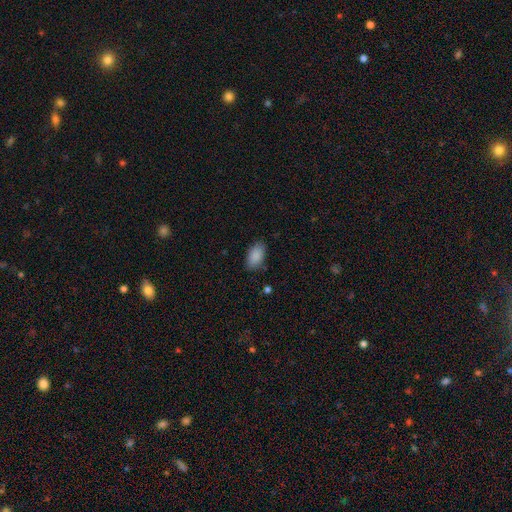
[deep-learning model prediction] This appears to be a smooth galaxy with no disk features (89%) that is in between round and cigar-shaped (93%). Merging: none (82%).